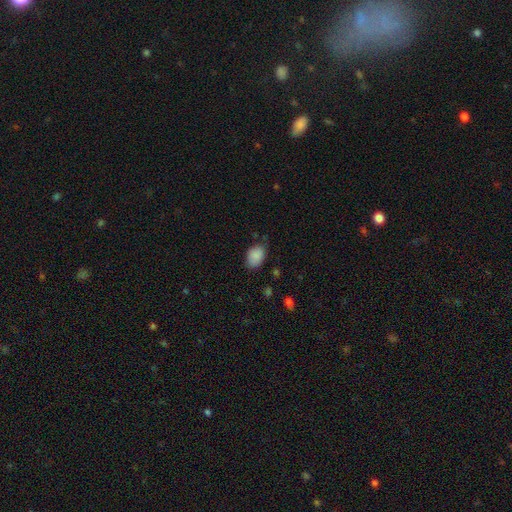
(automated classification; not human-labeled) A smooth galaxy with no disk features (88%) that is in between round and cigar-shaped (82%). Merging: none (75%).